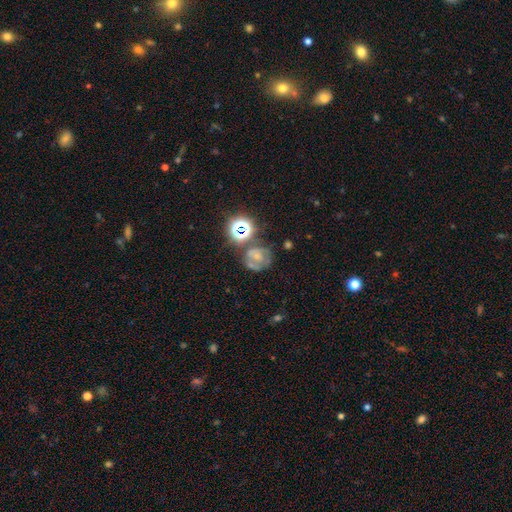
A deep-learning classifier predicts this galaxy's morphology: A featured or disk galaxy (40%). Merging: none (42%).